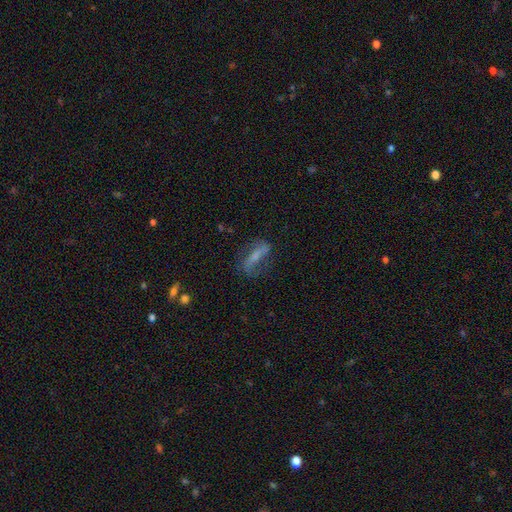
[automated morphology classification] A featured or disk galaxy (55%). Merging: none (60%).